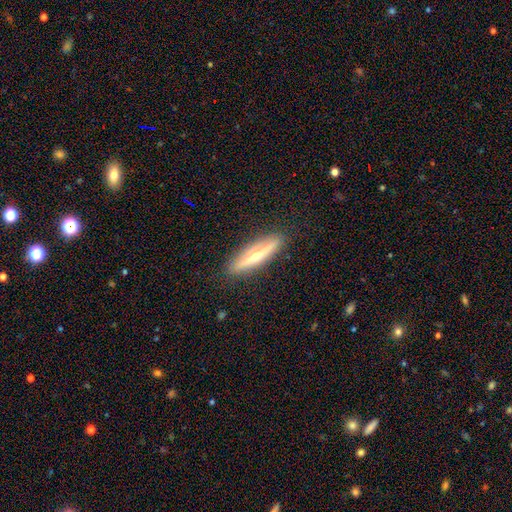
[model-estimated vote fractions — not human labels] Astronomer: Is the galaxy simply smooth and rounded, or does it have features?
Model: featured or disk — 64%.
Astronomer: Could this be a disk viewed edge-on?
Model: yes — 91%.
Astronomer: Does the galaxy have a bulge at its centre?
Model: rounded — 88%.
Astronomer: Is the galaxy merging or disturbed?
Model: none — 89%.